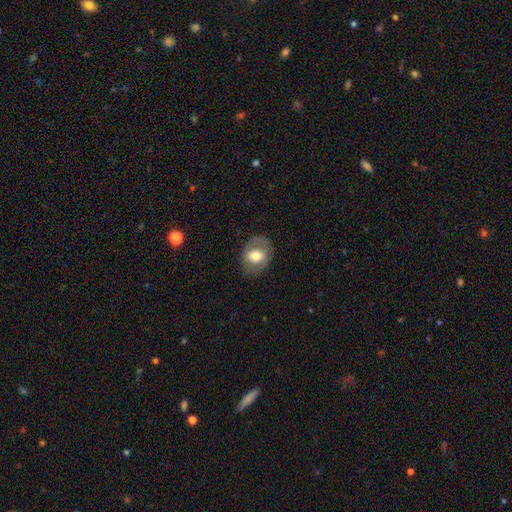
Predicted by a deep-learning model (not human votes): smooth_or_featured: smooth (p=0.57) [alt: featured or disk p=0.36]
how_rounded: in between (p=0.60) [alt: round p=0.39]
merging: none (p=0.76) [alt: minor disturbance p=0.16]